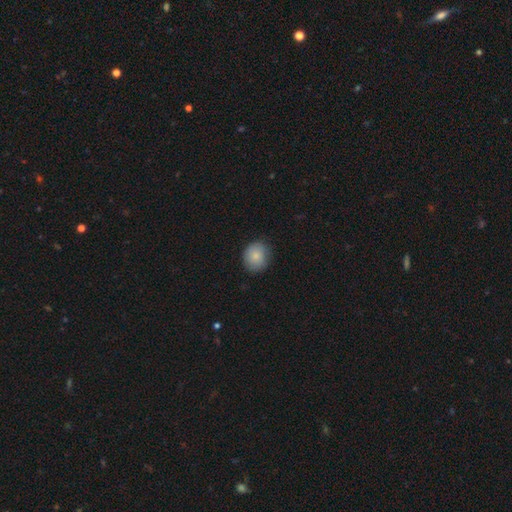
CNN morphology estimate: smooth-or-featured: smooth: 84% | featured or disk: 8% | star or artifact: 7%
  how-rounded: round: 78% | in between: 22% | cigar-shaped: 1%
  merging: none: 82% | minor disturbance: 14% | major disturbance: 3% | merger: 1%